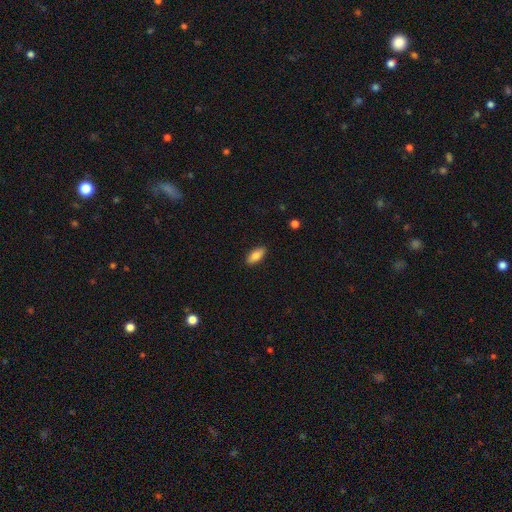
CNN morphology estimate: The model was most divided on "smooth or featured": smooth: 81%, featured or disk: 12%, star or artifact: 7%. More confident: merging — none (89%); how rounded — in between (83%).